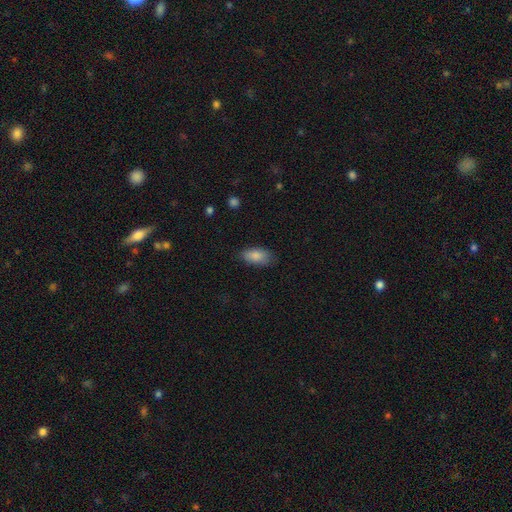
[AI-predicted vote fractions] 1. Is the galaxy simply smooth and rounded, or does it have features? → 85% smooth, 8% featured or disk, 7% star or artifact.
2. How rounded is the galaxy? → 91% in between, 6% cigar-shaped, 3% round.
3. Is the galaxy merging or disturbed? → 79% none, 16% minor disturbance, 4% major disturbance, 1% merger.